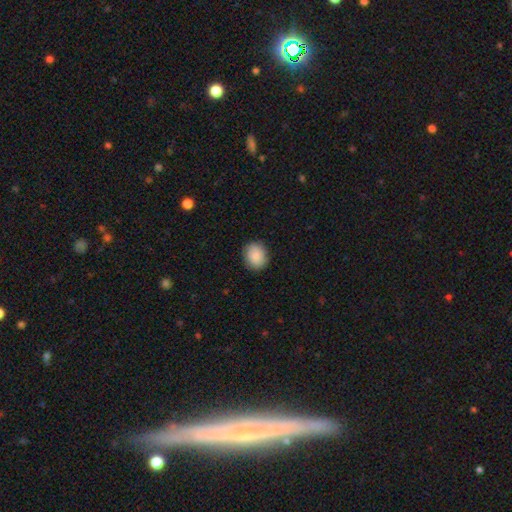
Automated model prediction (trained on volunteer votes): Smooth or featured? Predicted: smooth (p=0.85). How rounded? Predicted: round (p=0.65). Merging? Predicted: none (p=0.85).